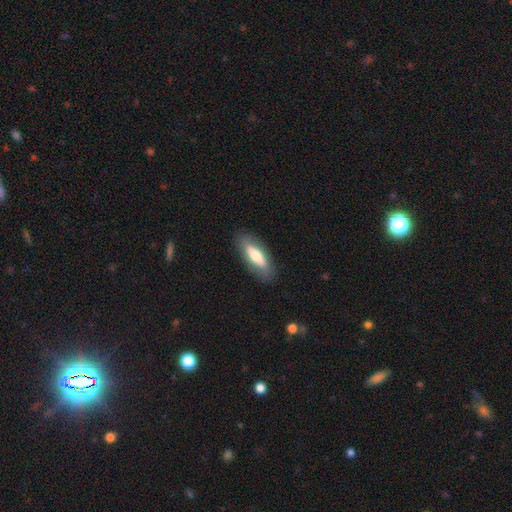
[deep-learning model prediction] Smooth or featured?
  - smooth: 63% *
  - featured or disk: 31%
  - star or artifact: 6%
How rounded?
  - in between: 62% *
  - cigar-shaped: 36%
  - round: 2%
Merging?
  - none: 85% *
  - minor disturbance: 11%
  - major disturbance: 3%
  - merger: 1%